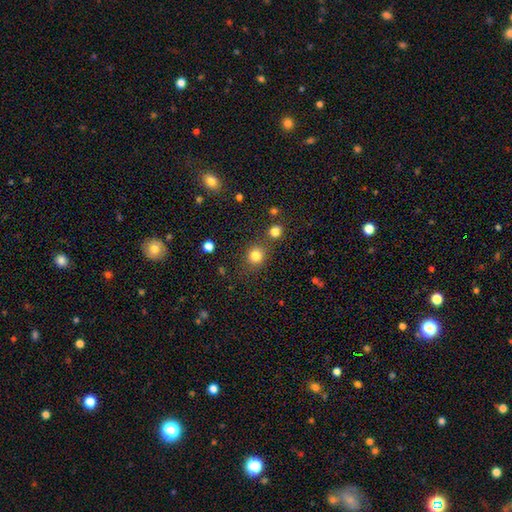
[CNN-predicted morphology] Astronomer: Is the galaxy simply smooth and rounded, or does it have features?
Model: smooth — 82%.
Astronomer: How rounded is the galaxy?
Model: round — 87%.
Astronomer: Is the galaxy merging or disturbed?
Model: none — 79%.